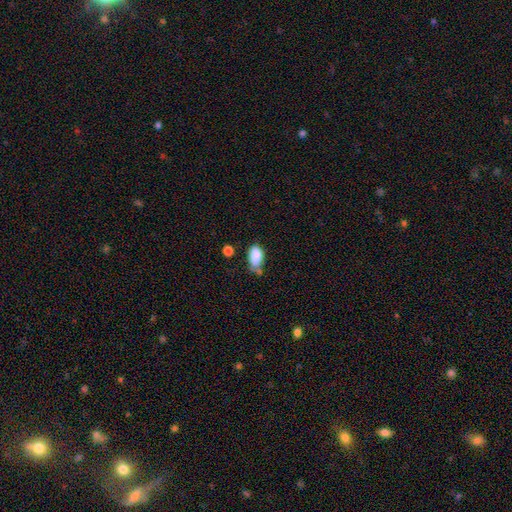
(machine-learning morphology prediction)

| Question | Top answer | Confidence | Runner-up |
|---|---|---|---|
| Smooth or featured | smooth | 85% | star or artifact (8%) |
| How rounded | in between | 92% | round (6%) |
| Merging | none | 39% | minor disturbance (36%) |